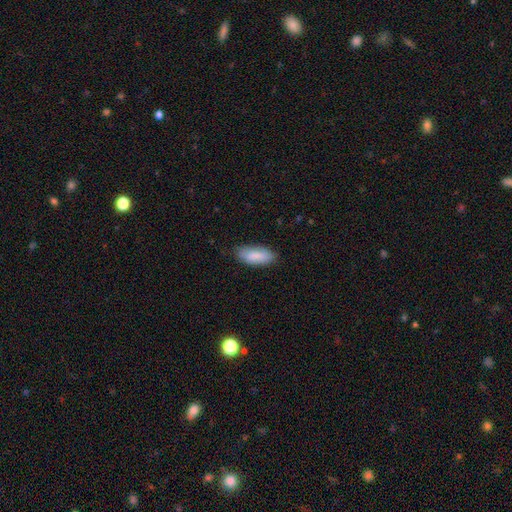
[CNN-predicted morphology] The model was most divided on "merging": none: 77%, minor disturbance: 18%, major disturbance: 3%, merger: 1%. More confident: how rounded — in between (85%); smooth or featured — smooth (85%).